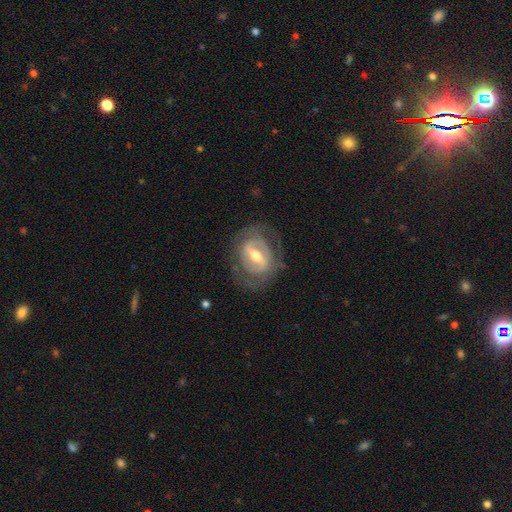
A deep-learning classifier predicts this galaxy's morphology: smooth-or-featured: featured or disk: 77% | smooth: 18% | star or artifact: 6%
  disk-edge-on: no: 94% | yes: 6%
    bar: strong: 48% | weak: 36% | no: 16%
    has-spiral-arms: yes: 58% | no: 42%
    bulge-size: moderate: 70% | small: 19% | large: 8% | dominant: 1% | none: 1%
  merging: none: 73% | minor disturbance: 16% | major disturbance: 10% | merger: 1%